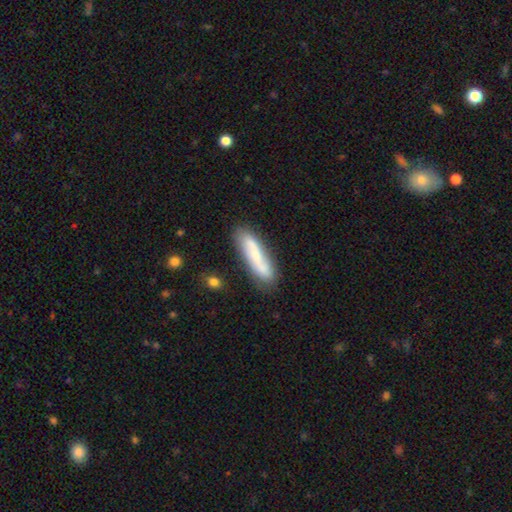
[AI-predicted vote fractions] This is possibly a smooth galaxy (58%). How rounded: likely cigar-shaped (74%). Merging: likely none (76%).